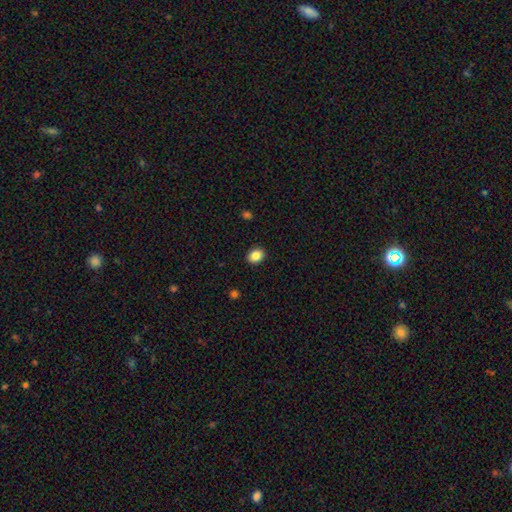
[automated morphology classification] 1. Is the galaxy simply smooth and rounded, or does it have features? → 86% smooth, 9% star or artifact, 5% featured or disk.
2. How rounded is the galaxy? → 52% in between, 47% round, 1% cigar-shaped.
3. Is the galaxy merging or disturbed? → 91% none, 6% minor disturbance, 2% major disturbance, 1% merger.